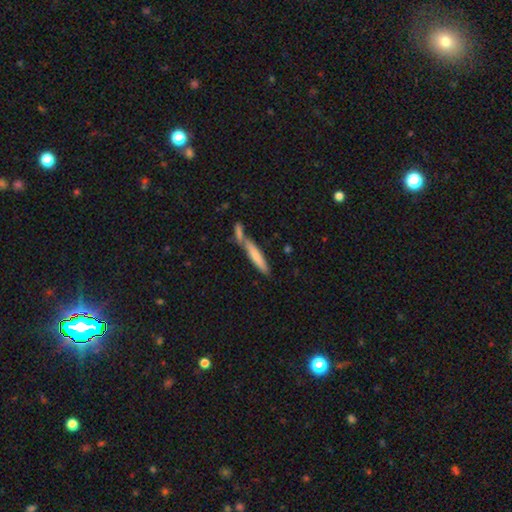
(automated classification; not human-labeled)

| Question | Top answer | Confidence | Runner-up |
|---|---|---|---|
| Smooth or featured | smooth | 71% | featured or disk (23%) |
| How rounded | cigar-shaped | 89% | in between (10%) |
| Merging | none | 53% | merger (32%) |